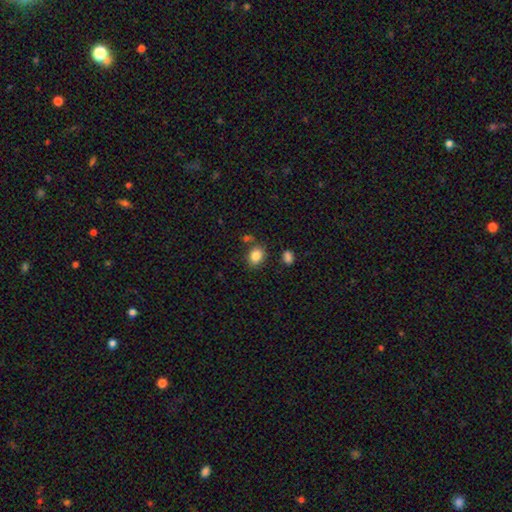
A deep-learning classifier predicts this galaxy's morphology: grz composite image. It shows a smooth galaxy with no disk features (85%) that is in between round and cigar-shaped (56%). Merging: none (75%).